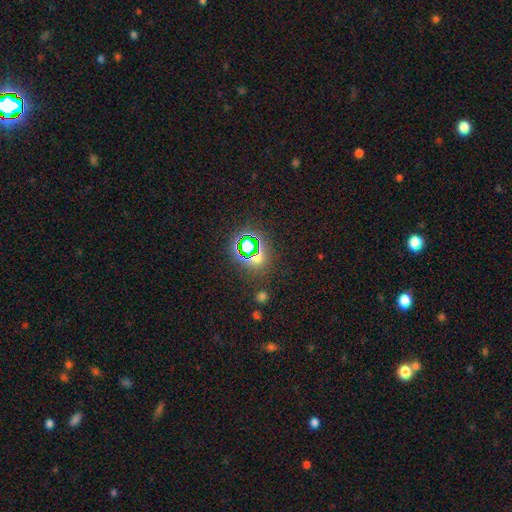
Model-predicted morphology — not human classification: The model was most divided on "smooth or featured": star or artifact: 64%, smooth: 26%, featured or disk: 10%.